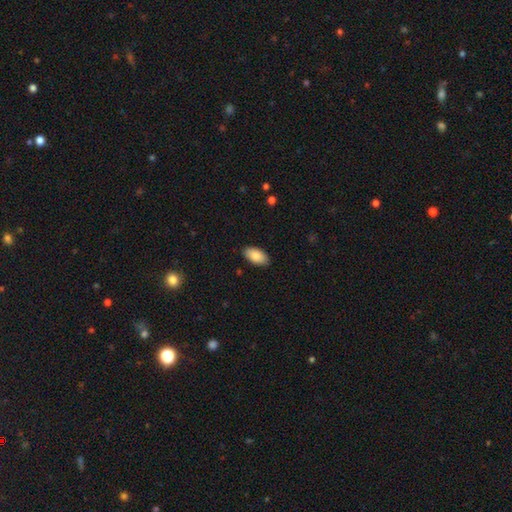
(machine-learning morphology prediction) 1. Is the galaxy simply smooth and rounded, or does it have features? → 87% smooth, 7% featured or disk, 6% star or artifact.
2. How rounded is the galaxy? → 95% in between, 3% round, 2% cigar-shaped.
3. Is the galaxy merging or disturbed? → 87% none, 10% minor disturbance, 2% major disturbance, 1% merger.